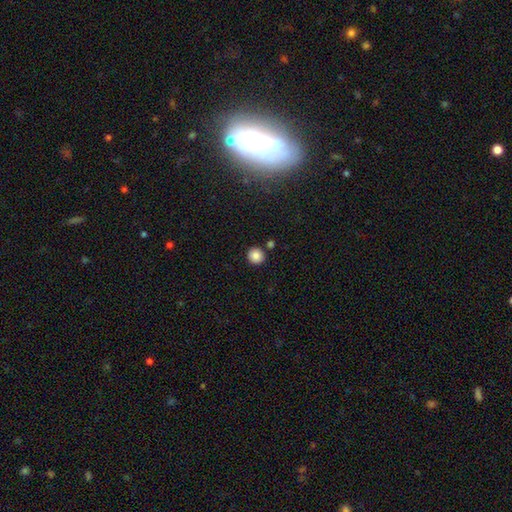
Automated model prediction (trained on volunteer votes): This appears to be a smooth galaxy with no disk features (86%) that is round (94%). Merging: none (85%).